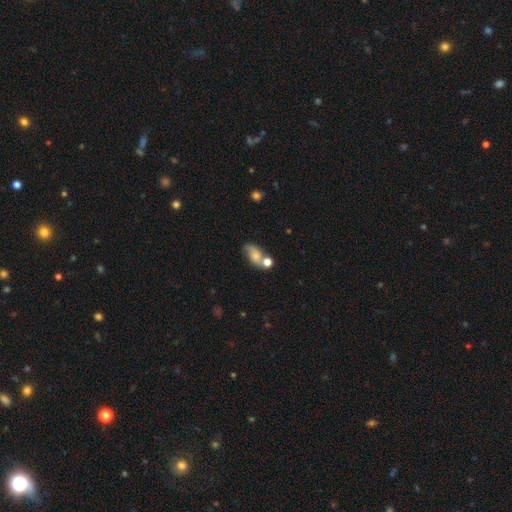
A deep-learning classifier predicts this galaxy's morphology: smooth 55%, featured or disk 33%, star or artifact 12%. Down the decision tree: how rounded — in between (80%); merging — none (40%).